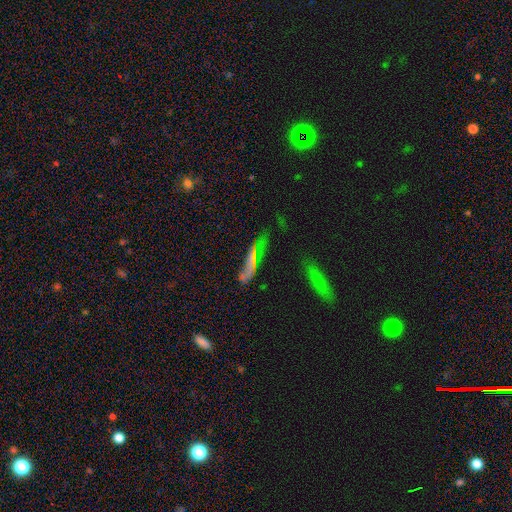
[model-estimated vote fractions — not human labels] The model was most divided on "smooth or featured": smooth: 47%, featured or disk: 39%, star or artifact: 13%. Remaining: merging — none (40%).